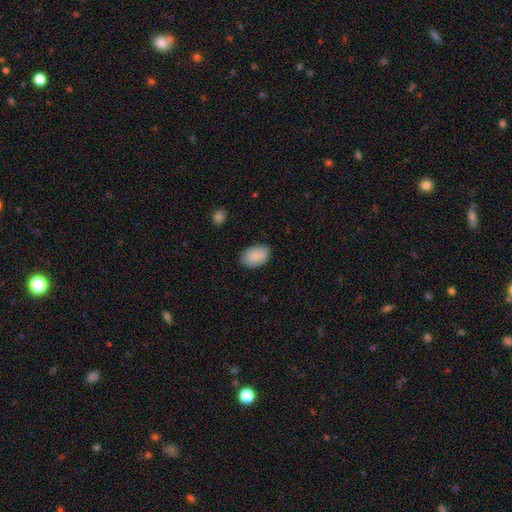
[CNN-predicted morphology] Smooth or featured: smooth — 90% (star or artifact — 6%)
How rounded: in between — 90% (round — 9%)
Merging: none — 83% (minor disturbance — 13%)